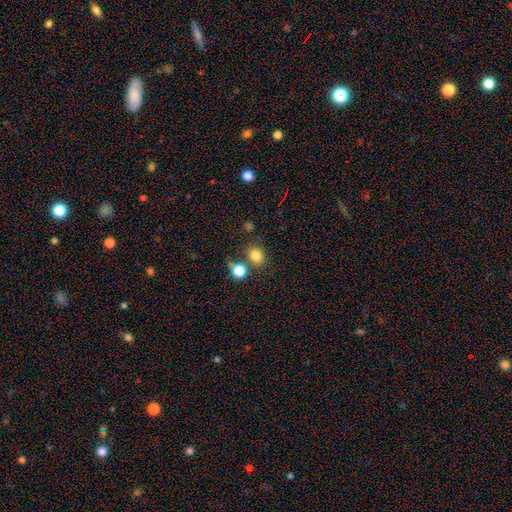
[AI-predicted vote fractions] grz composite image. It shows a smooth galaxy with no disk features (81%) that is round (67%). Merging: none (70%).